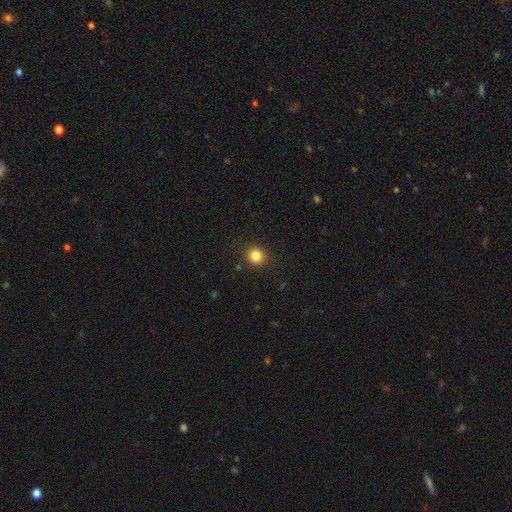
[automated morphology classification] This is clearly a smooth galaxy (84%). How rounded: clearly round (88%). Merging: clearly none (90%).